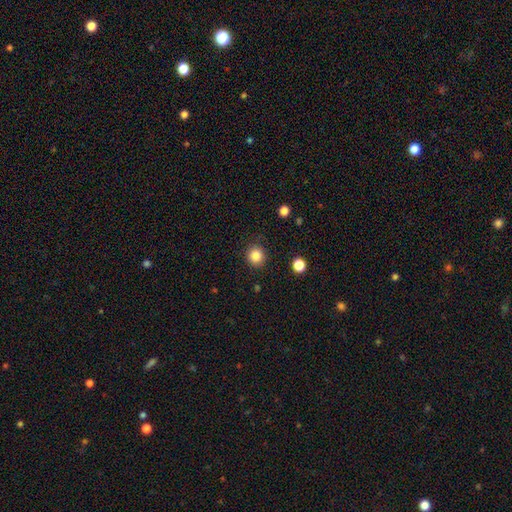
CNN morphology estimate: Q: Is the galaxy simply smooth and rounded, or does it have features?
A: smooth — 84%.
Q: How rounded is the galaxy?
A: round — 91%.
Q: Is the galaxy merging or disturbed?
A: none — 88%.